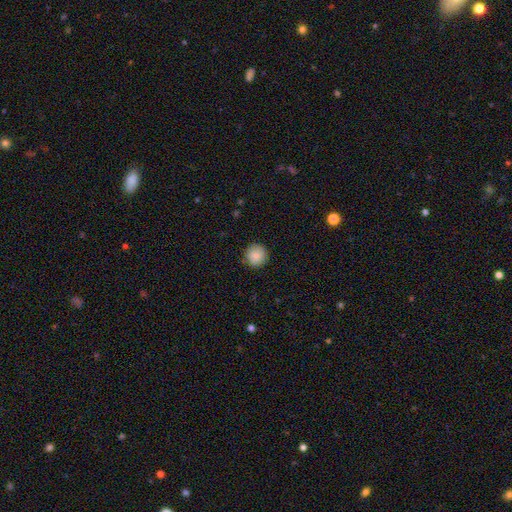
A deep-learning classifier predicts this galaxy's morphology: This is clearly a smooth galaxy (87%). How rounded: clearly round (93%). Merging: clearly none (87%).